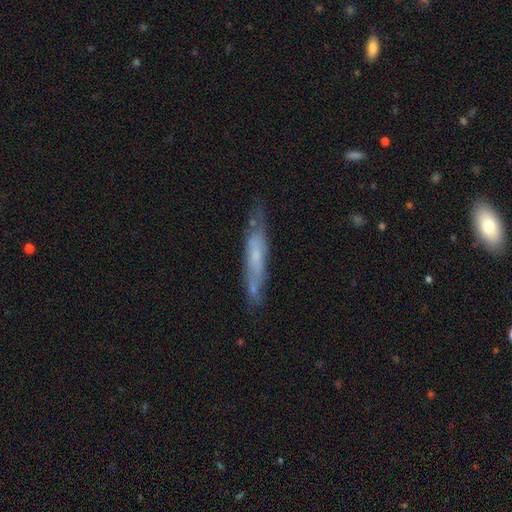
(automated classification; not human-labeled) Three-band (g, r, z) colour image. It shows a featured or disk galaxy (52%) viewed edge-on (68%). Merging: none (70%).